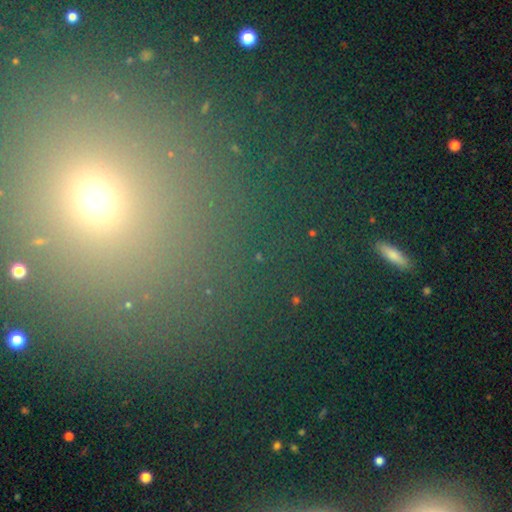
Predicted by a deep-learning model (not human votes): Morphology: type=star or artifact (51%).